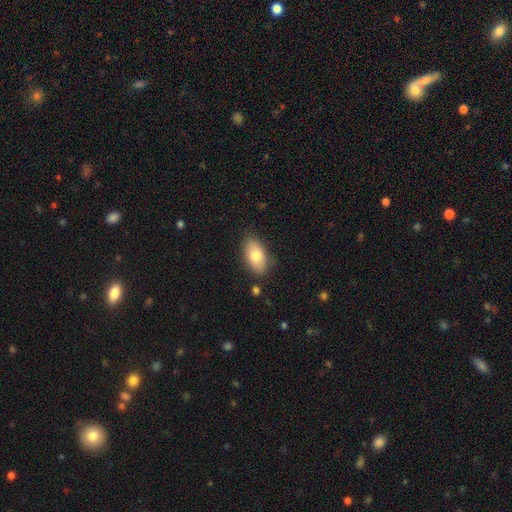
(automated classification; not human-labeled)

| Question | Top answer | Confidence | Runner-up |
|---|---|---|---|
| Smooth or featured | smooth | 77% | featured or disk (17%) |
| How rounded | in between | 93% | round (5%) |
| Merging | none | 82% | minor disturbance (14%) |